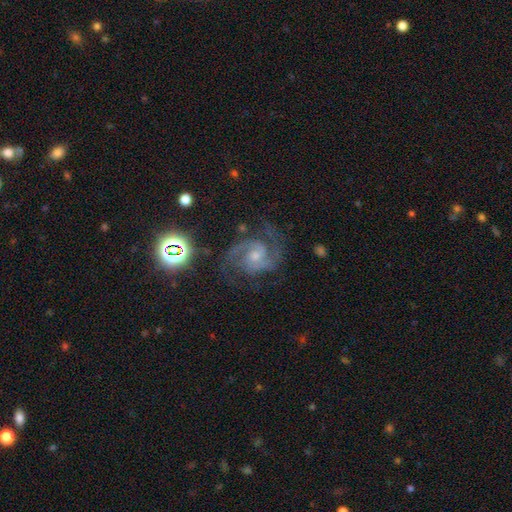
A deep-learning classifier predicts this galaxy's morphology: A featured or disk galaxy (87%) with no bar (48%), 2 (86%) medium (61%) spiral arms (98%) and a small central bulge (50%).

Vote fractions:
- Smooth or featured? featured or disk: 87% / star or artifact: 9% / smooth: 4%
- Edge-on disk? no: 98% / yes: 2%
- Bar? no: 48% / weak: 42% / strong: 9%
- Spiral arms? yes: 98% / no: 2%
- Spiral winding? medium: 61% / tight: 27% / loose: 12%
- Spiral arm count? 2: 86% / 3: 6% / can't tell: 3% / 1: 2% / 4: 2% / more than 4: 2%
- Bulge size? small: 50% / moderate: 41% / none: 5% / large: 3% / dominant: 1%
- Merging? none: 74% / minor disturbance: 15% / major disturbance: 8% / merger: 2%